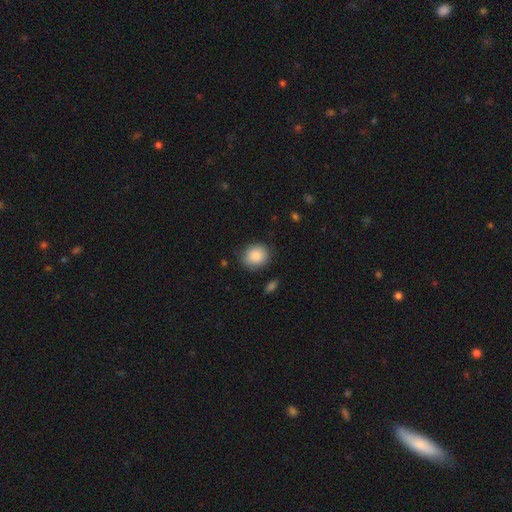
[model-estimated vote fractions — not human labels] A smooth galaxy with no disk features (87%) that is round (71%). Merging: none (84%).